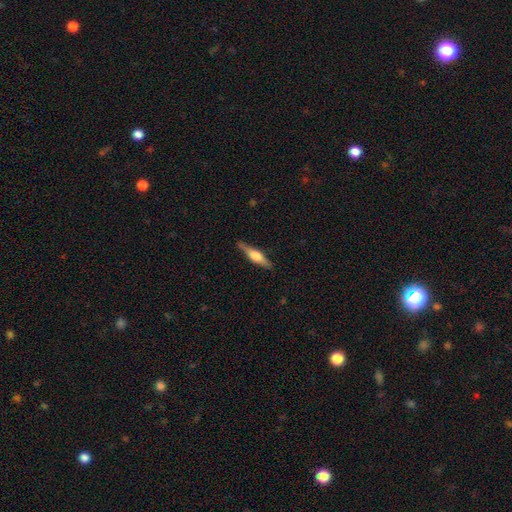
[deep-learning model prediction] smooth_or_featured: featured or disk (p=0.60) [alt: smooth p=0.34]
disk_edge_on: yes (p=0.96) [alt: no p=0.04]
edge_on_bulge: rounded (p=0.84) [alt: boxy p=0.13]
merging: none (p=0.83) [alt: minor disturbance p=0.13]